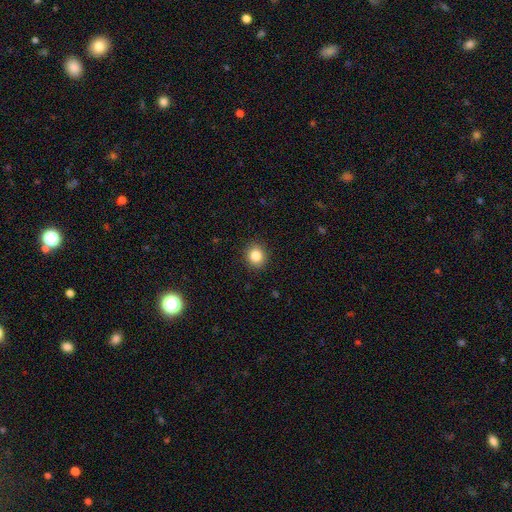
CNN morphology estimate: The model was most divided on "how rounded": round: 84%, in between: 15%, cigar-shaped: 1%. More confident: merging — none (91%); smooth or featured — smooth (85%).